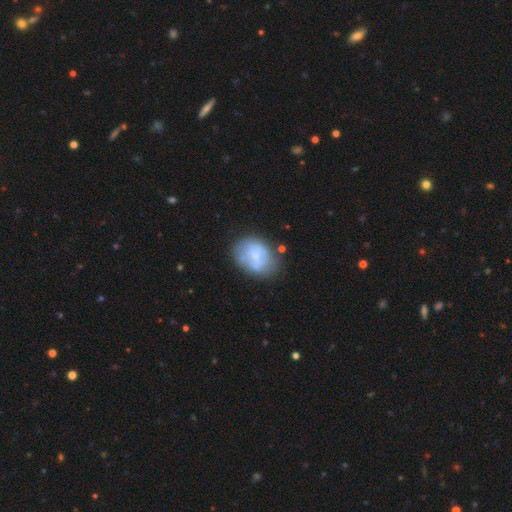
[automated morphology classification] Overall: smooth (47%; featured or disk 45%). Merging: none (55%; minor disturbance 25%).